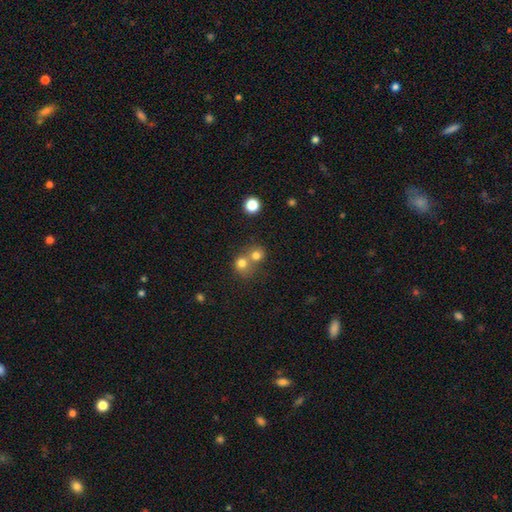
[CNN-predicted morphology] This appears to be a smooth galaxy with no disk features (75%) that is round (84%). Merging: merger (51%).